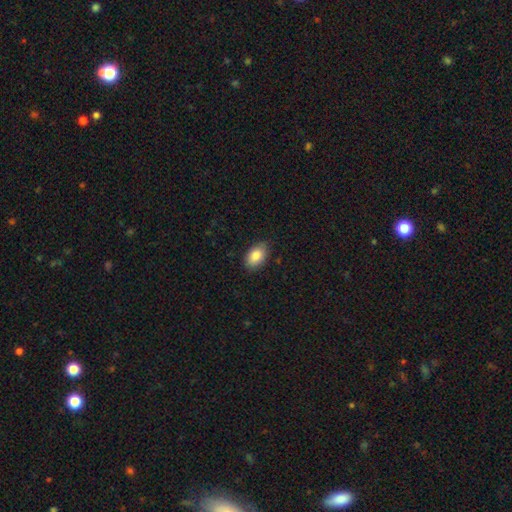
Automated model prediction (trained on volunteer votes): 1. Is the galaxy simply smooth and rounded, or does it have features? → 86% smooth, 7% featured or disk, 7% star or artifact.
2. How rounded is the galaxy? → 91% in between, 7% round, 1% cigar-shaped.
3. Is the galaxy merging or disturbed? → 84% none, 13% minor disturbance, 2% major disturbance, 1% merger.